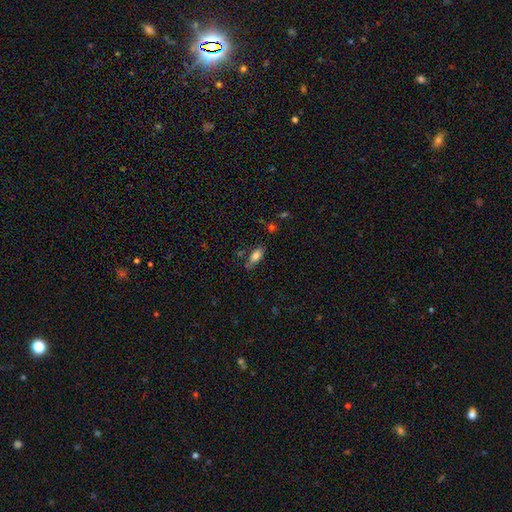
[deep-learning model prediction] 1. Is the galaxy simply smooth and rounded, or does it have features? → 81% smooth, 10% featured or disk, 9% star or artifact.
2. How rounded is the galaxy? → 84% in between, 13% cigar-shaped, 3% round.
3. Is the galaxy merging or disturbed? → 67% none, 21% minor disturbance, 7% merger, 6% major disturbance.